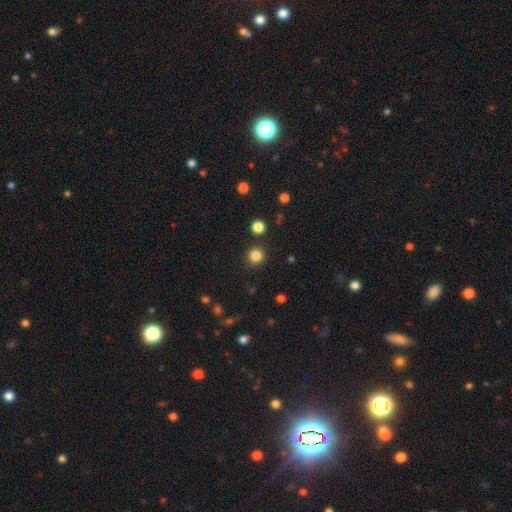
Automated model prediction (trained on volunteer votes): smooth_or_featured: smooth (p=0.84) [alt: star or artifact p=0.13]
how_rounded: round (p=0.93) [alt: in between p=0.06]
merging: none (p=0.90) [alt: minor disturbance p=0.06]